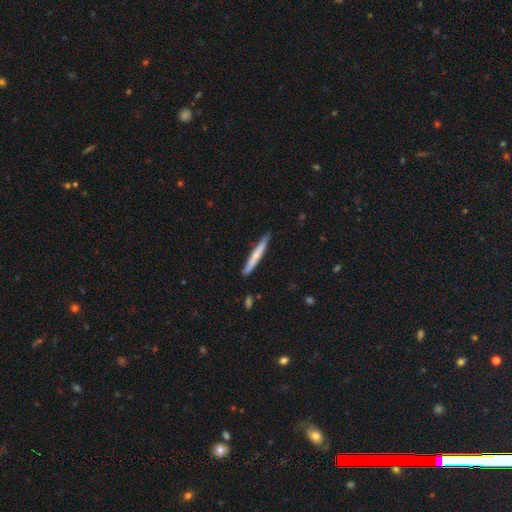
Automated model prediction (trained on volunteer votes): The model was most divided on "smooth or featured": smooth: 63%, featured or disk: 32%, star or artifact: 5%. More confident: how rounded — cigar-shaped (96%); merging — none (87%).